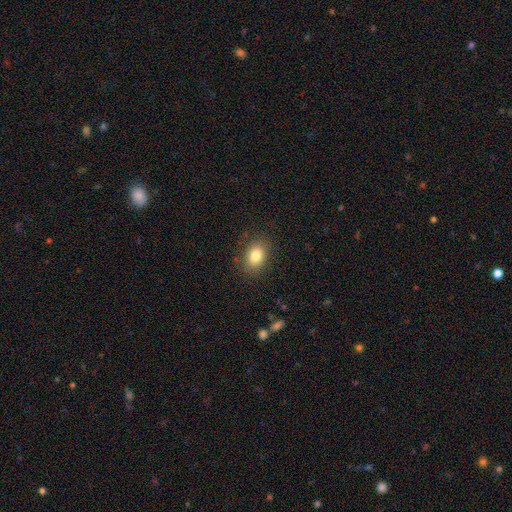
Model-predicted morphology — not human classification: smooth_or_featured: smooth (p=0.82) [alt: star or artifact p=0.09]
how_rounded: in between (p=0.74) [alt: round p=0.24]
merging: none (p=0.86) [alt: minor disturbance p=0.10]